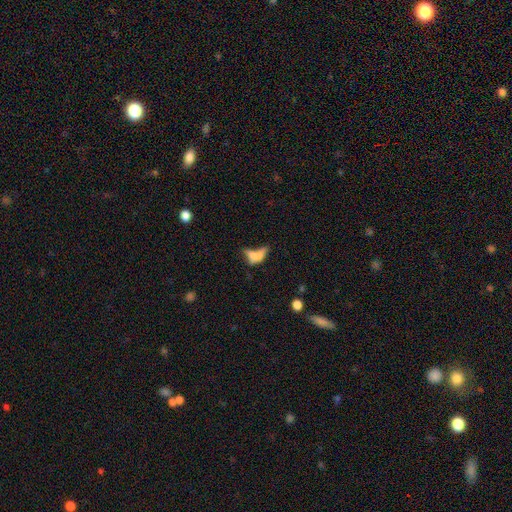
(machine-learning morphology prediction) The model was most divided on "merging": merger: 39%, major disturbance: 24%, none: 22%, minor disturbance: 15%. More confident: how rounded — in between (67%); smooth or featured — smooth (58%).